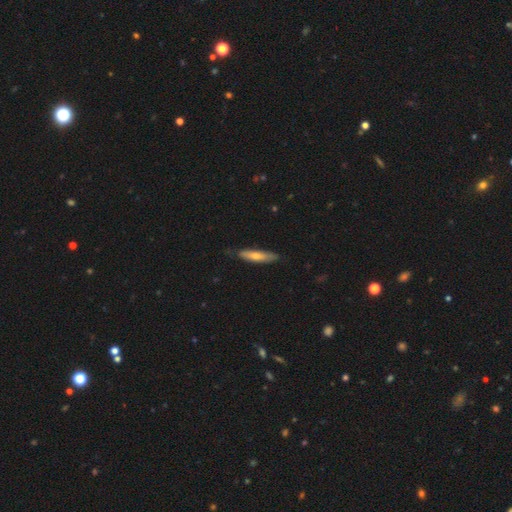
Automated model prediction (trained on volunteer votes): smooth_or_featured: smooth (p=0.58) [alt: featured or disk p=0.37]
how_rounded: cigar-shaped (p=0.83) [alt: in between p=0.15]
merging: none (p=0.78) [alt: minor disturbance p=0.18]